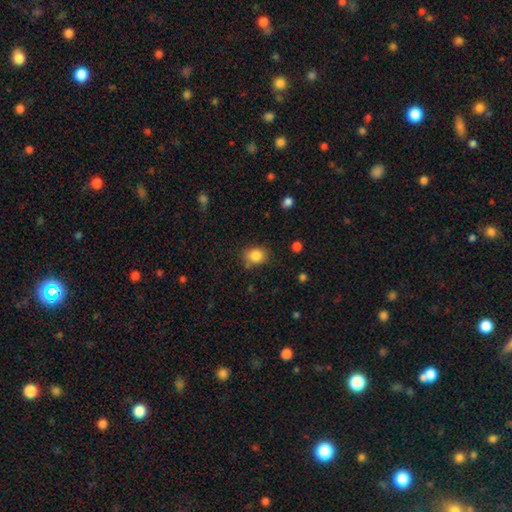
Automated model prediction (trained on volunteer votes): smooth 85%, star or artifact 10%, featured or disk 5%. Down the decision tree: how rounded — round (53%); merging — none (77%).